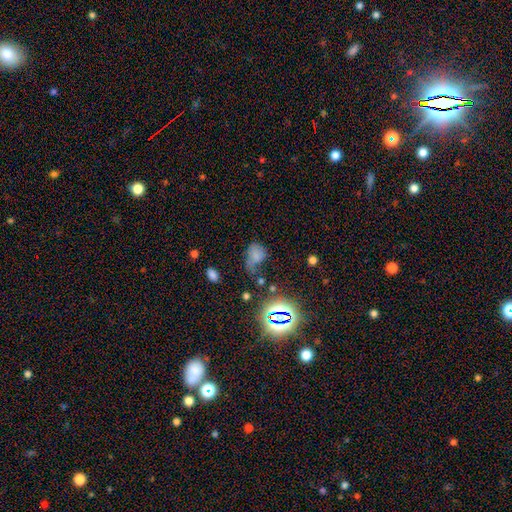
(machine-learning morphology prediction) Smooth or featured? smooth (60%)
How rounded? in between (69%)
Merging? none (32%)